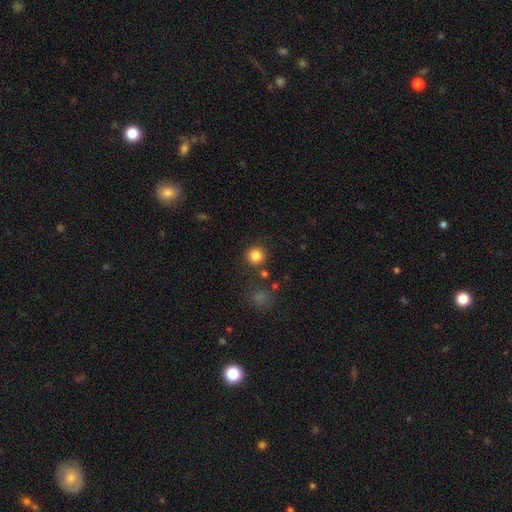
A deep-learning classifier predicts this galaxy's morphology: This is clearly a smooth galaxy (84%). How rounded: clearly round (95%). Merging: clearly none (87%).